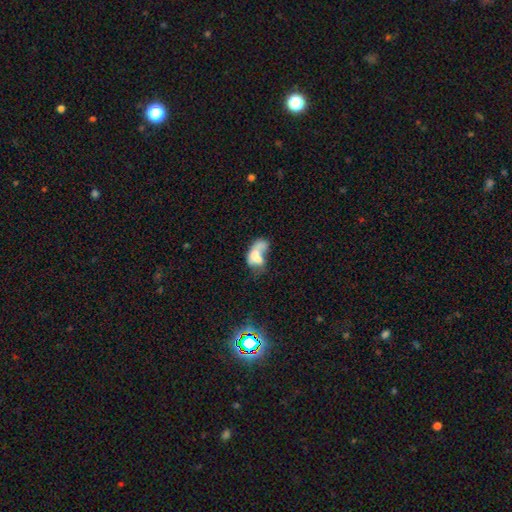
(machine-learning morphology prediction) The model was most divided on "smooth or featured": smooth: 52%, featured or disk: 37%, star or artifact: 10%. Remaining: how rounded — in between (87%); merging — merger (44%).